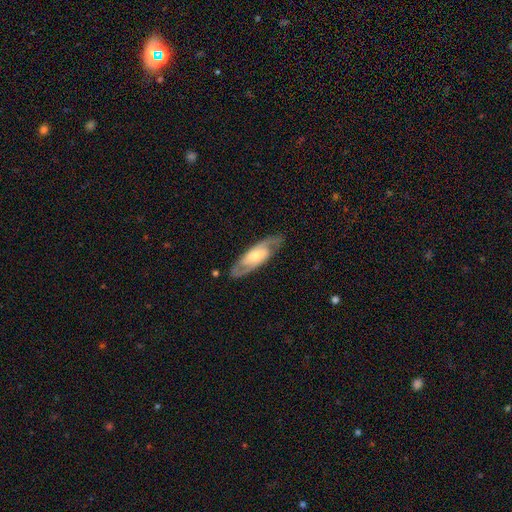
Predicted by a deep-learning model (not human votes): Q: Smooth or featured?
A: featured or disk (76%); runner-up: smooth (19%)
Q: Edge-on disk?
A: no (87%); runner-up: yes (13%)
Q: Bar?
A: weak (40%); tied with: no (40%)
Q: Spiral arms?
A: yes (90%); runner-up: no (10%)
Q: Spiral winding?
A: medium (51%); runner-up: tight (30%)
Q: Spiral arm count?
A: 2 (86%); runner-up: can't tell (8%)
Q: Bulge size?
A: moderate (51%); runner-up: small (35%)
Q: Merging?
A: none (82%); runner-up: minor disturbance (13%)